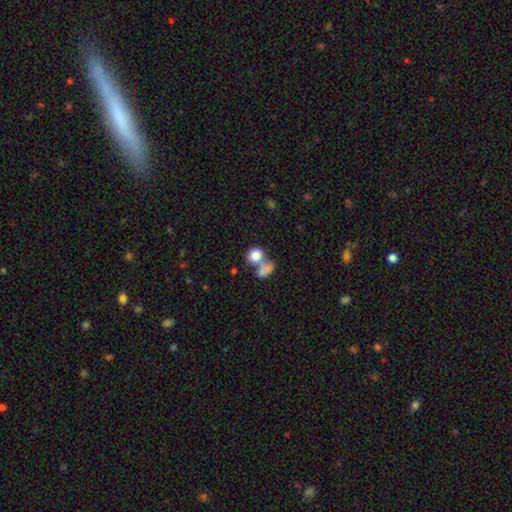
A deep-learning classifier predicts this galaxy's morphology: Smooth or featured: smooth — 81% (featured or disk — 10%)
How rounded: round — 62% (in between — 36%)
Merging: merger — 51% (none — 35%)